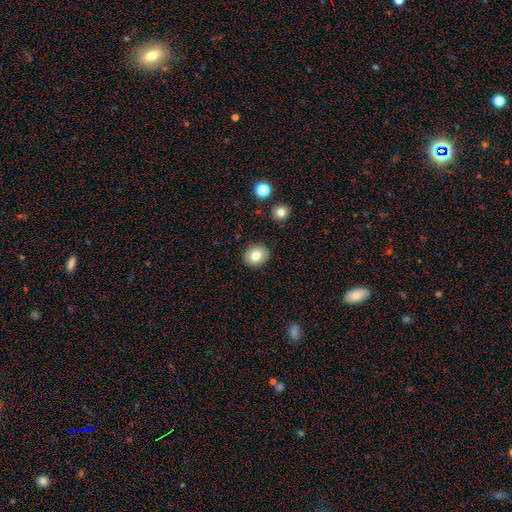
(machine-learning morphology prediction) Overall: smooth (79%). How rounded: round (63%; in between 36%). Merging: none (89%).